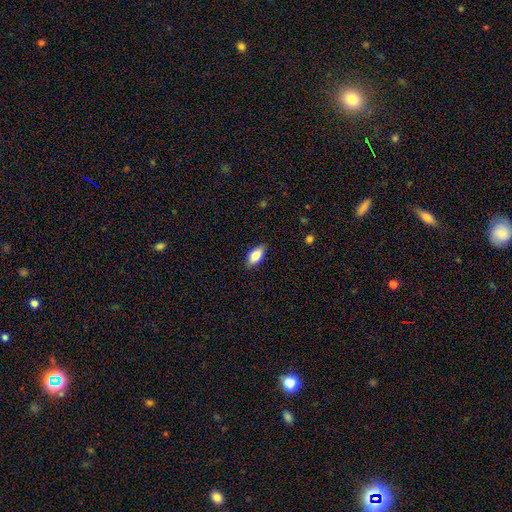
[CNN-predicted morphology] Smooth or featured? Predicted: smooth (p=0.80). How rounded? Predicted: in between (p=0.88). Merging? Predicted: none (p=0.86).